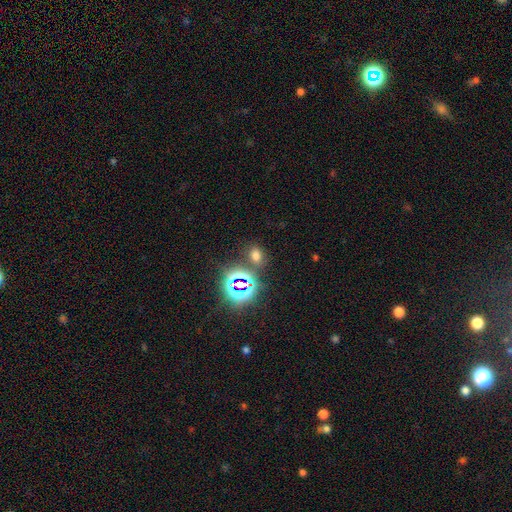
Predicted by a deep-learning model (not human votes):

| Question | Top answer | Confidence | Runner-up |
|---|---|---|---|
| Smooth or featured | smooth | 59% | star or artifact (34%) |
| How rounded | in between | 65% | round (34%) |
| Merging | none | 77% | minor disturbance (10%) |